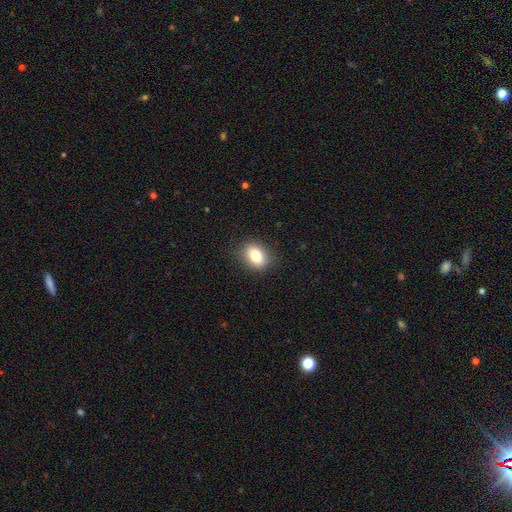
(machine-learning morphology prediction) Smooth or featured? Predicted: smooth (p=0.79). How rounded? Predicted: in between (p=0.66). Merging? Predicted: none (p=0.87).